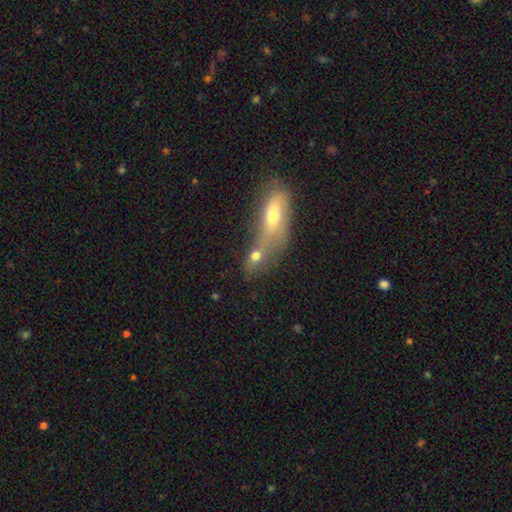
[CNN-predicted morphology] The model was most divided on "how rounded": in between: 57%, round: 31%, cigar-shaped: 11%. More confident: smooth or featured — smooth (65%); merging — merger (60%).